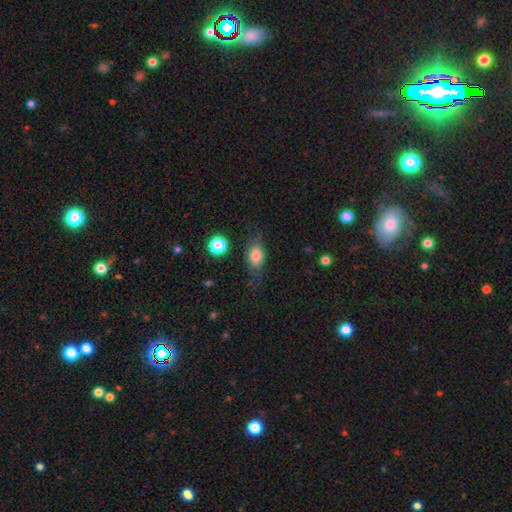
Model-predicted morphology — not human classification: Smooth or featured?
  - smooth: 73% *
  - featured or disk: 17%
  - star or artifact: 10%
How rounded?
  - in between: 73% *
  - round: 20%
  - cigar-shaped: 7%
Merging?
  - none: 64% *
  - minor disturbance: 24%
  - major disturbance: 9%
  - merger: 2%